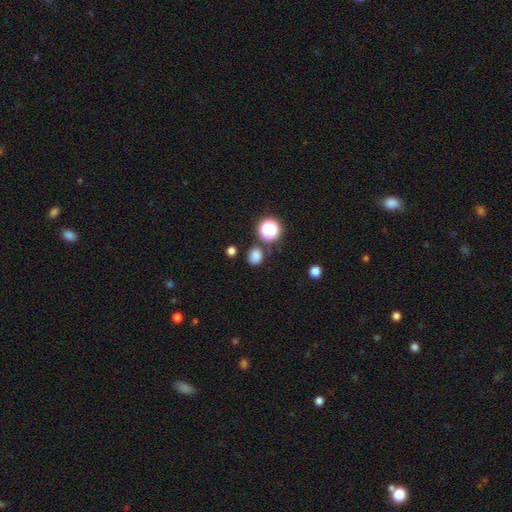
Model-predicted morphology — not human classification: smooth 78%, star or artifact 18%, featured or disk 4%. Down the decision tree: how rounded — round (73%); merging — none (80%).